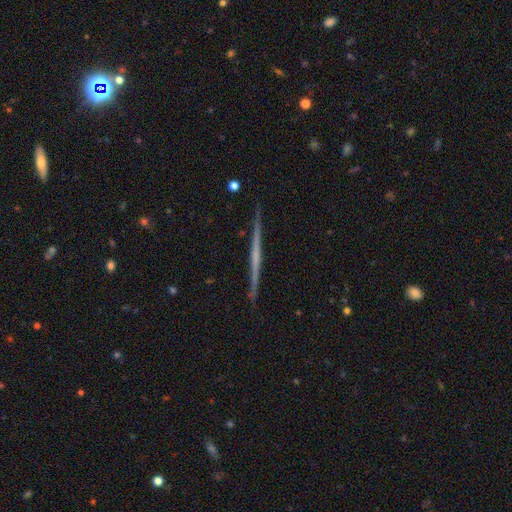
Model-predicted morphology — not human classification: A featured or disk galaxy (72%) viewed edge-on (98%) with no central bulge (75%).

Vote fractions:
- Smooth or featured? featured or disk: 72% / smooth: 23% / star or artifact: 6%
- Edge-on disk? yes: 98% / no: 2%
- Edge-on bulge? none: 75% / rounded: 18% / boxy: 7%
- Merging? none: 91% / minor disturbance: 6% / major disturbance: 1% / merger: 1%